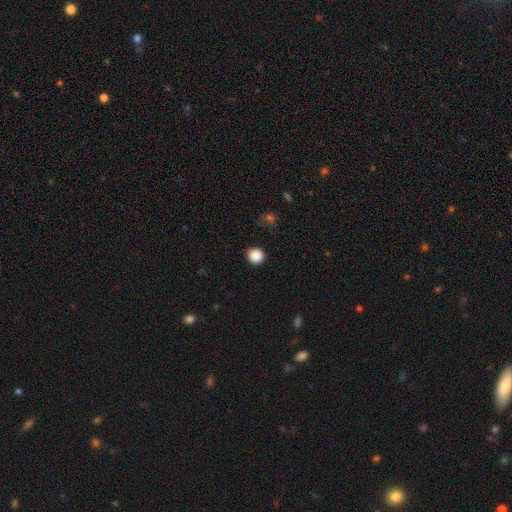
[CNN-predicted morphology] Smooth or featured? smooth (88%)
How rounded? round (93%)
Merging? none (91%)